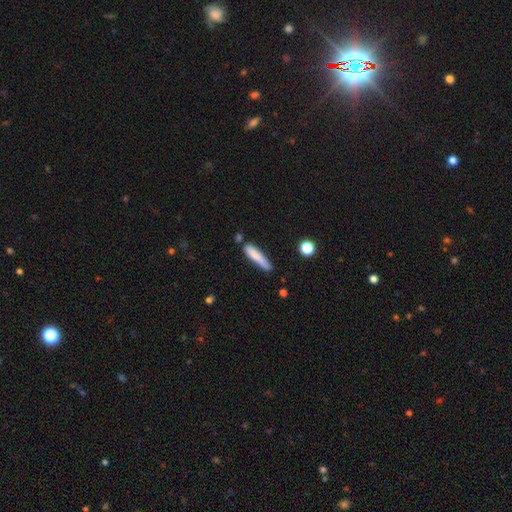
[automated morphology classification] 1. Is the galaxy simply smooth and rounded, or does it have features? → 79% smooth, 15% featured or disk, 7% star or artifact.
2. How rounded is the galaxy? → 87% cigar-shaped, 12% in between, 1% round.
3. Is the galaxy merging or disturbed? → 63% none, 25% minor disturbance, 6% merger, 6% major disturbance.